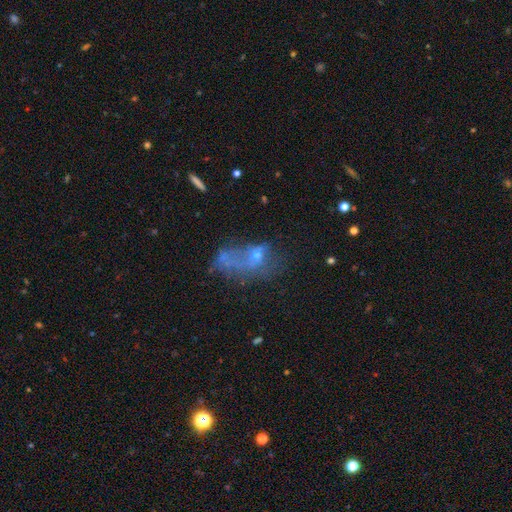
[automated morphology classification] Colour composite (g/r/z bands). It shows a smooth galaxy with no disk features (41%). Merging: none (32%, tied with merger).